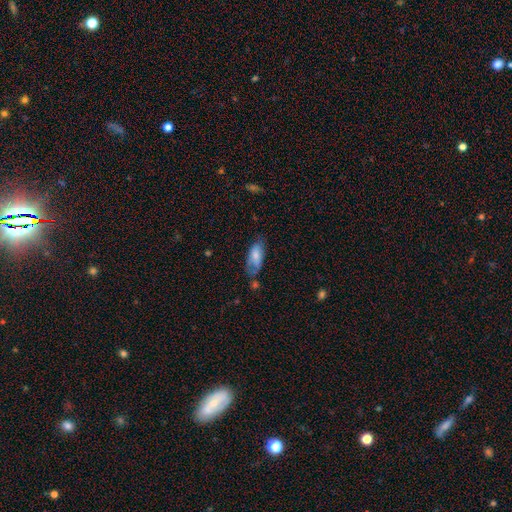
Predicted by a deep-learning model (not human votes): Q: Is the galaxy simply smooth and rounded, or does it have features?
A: smooth — 69%.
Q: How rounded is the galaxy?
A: in between — 83%.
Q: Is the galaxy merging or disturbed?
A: none — 51%.